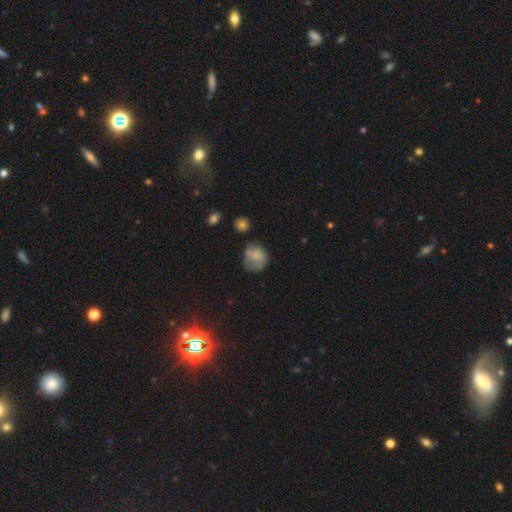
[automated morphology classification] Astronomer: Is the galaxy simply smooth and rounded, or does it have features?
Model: smooth — 63%.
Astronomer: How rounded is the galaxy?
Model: round — 72%.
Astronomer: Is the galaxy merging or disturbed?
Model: none — 45% (runner-up: minor disturbance, 29%).